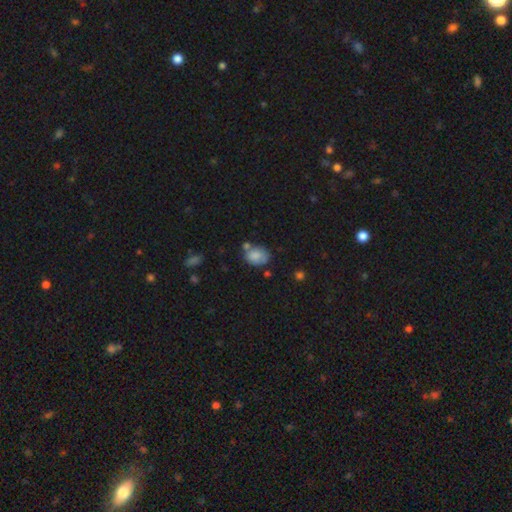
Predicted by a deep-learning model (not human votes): A smooth galaxy with no disk features (79%) that is in between round and cigar-shaped (64%).

Vote fractions:
- Smooth or featured? smooth: 79% / featured or disk: 12% / star or artifact: 9%
- How rounded? in between: 64% / round: 35% / cigar-shaped: 1%
- Merging? none: 53% / minor disturbance: 23% / merger: 18% / major disturbance: 7%